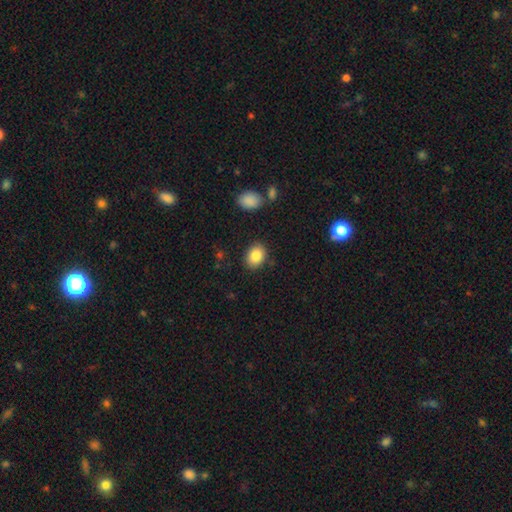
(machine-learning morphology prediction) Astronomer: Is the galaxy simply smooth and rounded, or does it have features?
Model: smooth — 85%.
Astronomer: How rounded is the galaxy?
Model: in between — 67%.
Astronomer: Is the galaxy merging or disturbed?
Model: none — 85%.